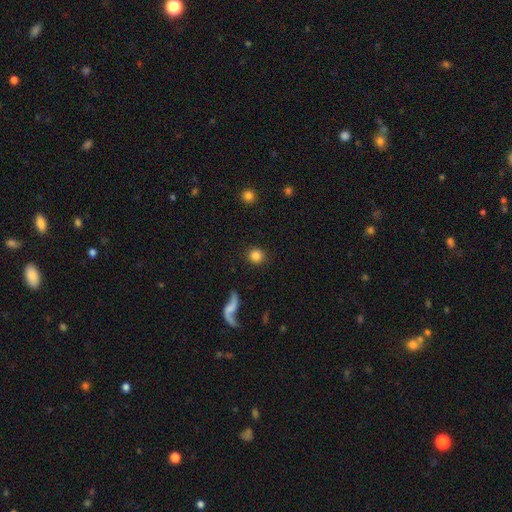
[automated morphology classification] smooth_or_featured: smooth (p=0.82) [alt: featured or disk p=0.09]
how_rounded: round (p=0.92) [alt: in between p=0.07]
merging: none (p=0.89) [alt: minor disturbance p=0.06]